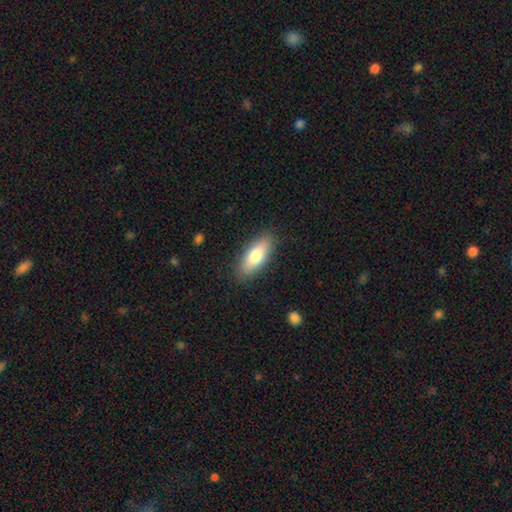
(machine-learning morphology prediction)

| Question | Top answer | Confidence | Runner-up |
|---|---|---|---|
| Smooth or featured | smooth | 77% | featured or disk (17%) |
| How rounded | in between | 78% | cigar-shaped (20%) |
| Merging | none | 86% | minor disturbance (10%) |